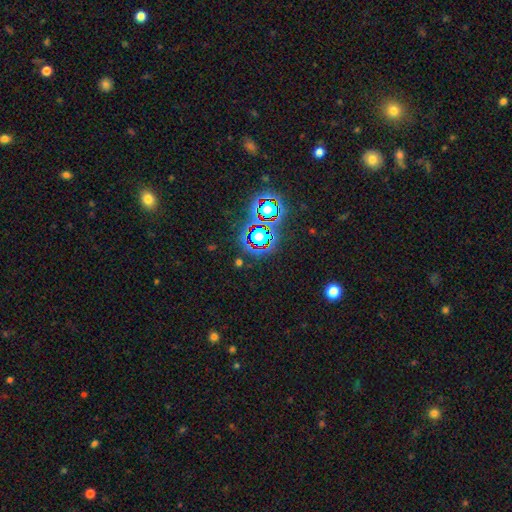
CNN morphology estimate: This is clearly a star or artifact rather than a galaxy (80%).